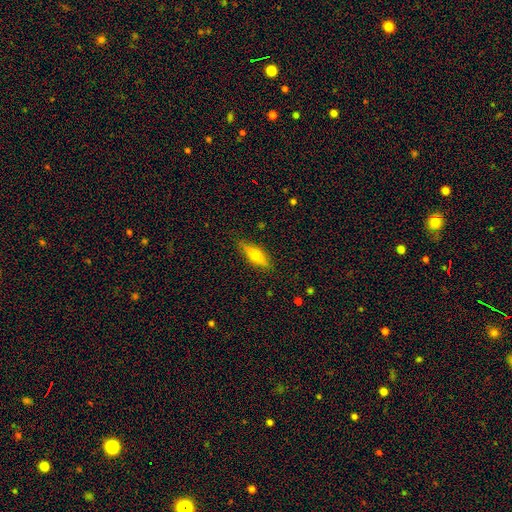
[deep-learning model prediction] The model was most divided on "how rounded": cigar-shaped: 50%, in between: 47%, round: 3%. More confident: merging — none (85%); smooth or featured — smooth (53%).